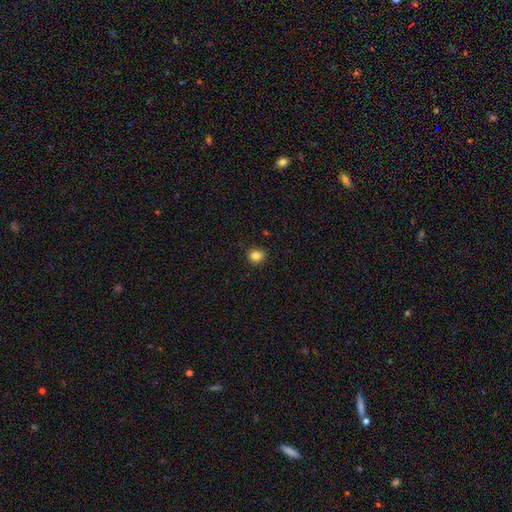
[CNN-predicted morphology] type=smooth (83%); roundness=round (85%); merging=none (86%).